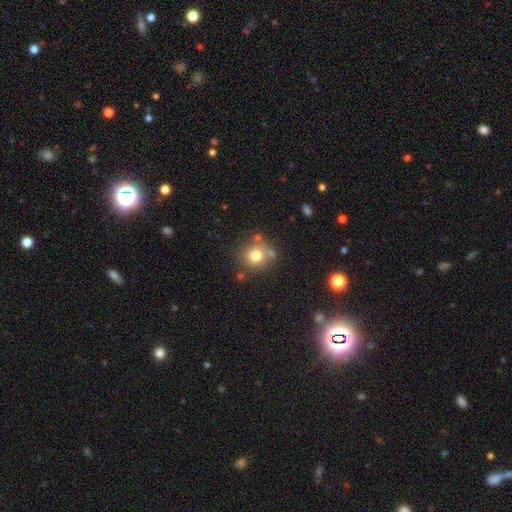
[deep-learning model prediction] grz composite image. It shows a smooth galaxy with no disk features (76%) that is round (90%). Merging: none (71%).